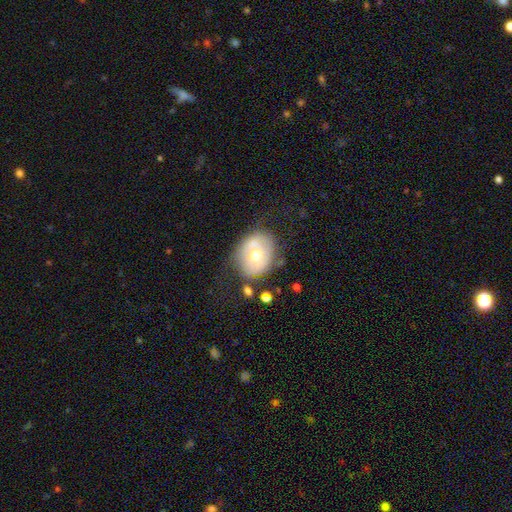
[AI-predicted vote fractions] A featured or disk galaxy (46%, tied with smooth). Merging: none (59%).